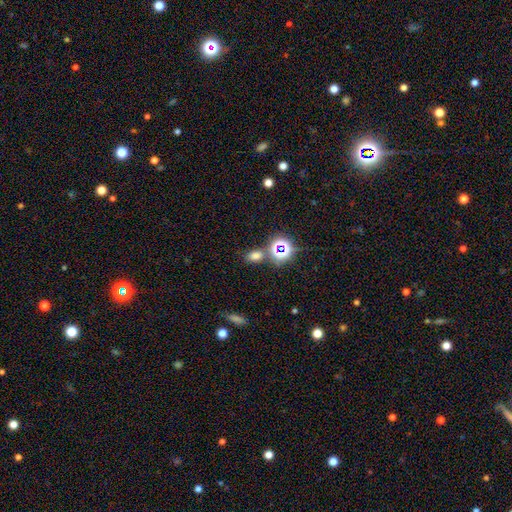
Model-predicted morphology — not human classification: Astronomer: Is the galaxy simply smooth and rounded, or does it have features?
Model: smooth — 66%.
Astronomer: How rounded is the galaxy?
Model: in between — 76%.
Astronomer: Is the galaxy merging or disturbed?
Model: none — 71%.